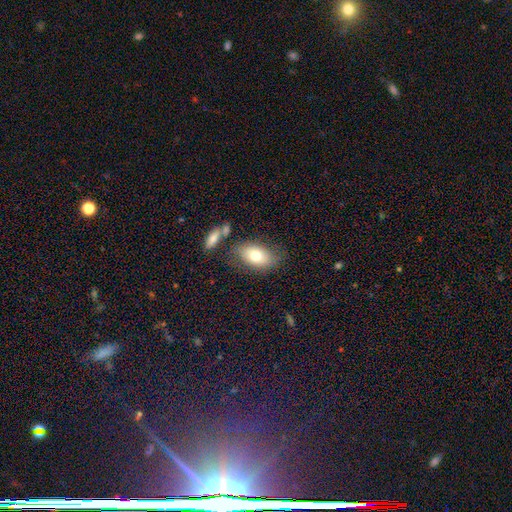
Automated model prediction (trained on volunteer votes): The model was most divided on "merging": none: 68%, minor disturbance: 18%, merger: 8%, major disturbance: 6%. More confident: how rounded — in between (89%); smooth or featured — smooth (73%).